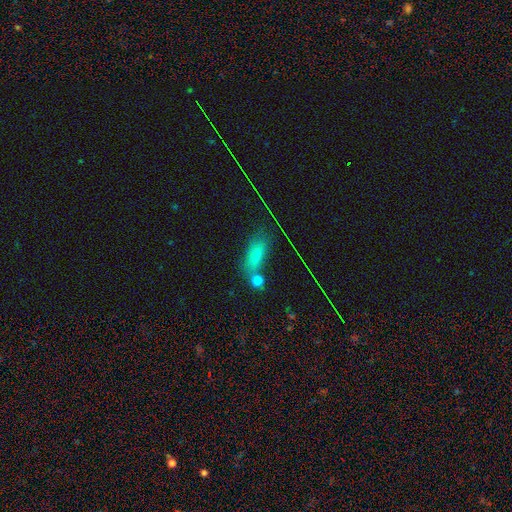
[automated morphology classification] Overall: smooth (65%). How rounded: in between (60%; cigar-shaped 32%). Merging: none (62%).